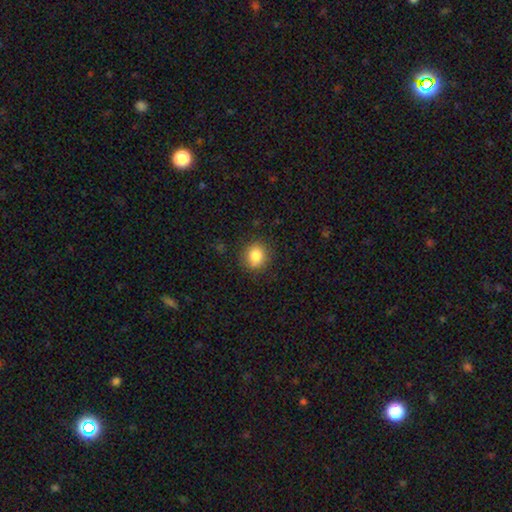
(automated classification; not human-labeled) Overall: smooth (84%). How rounded: round (74%). Merging: none (85%).